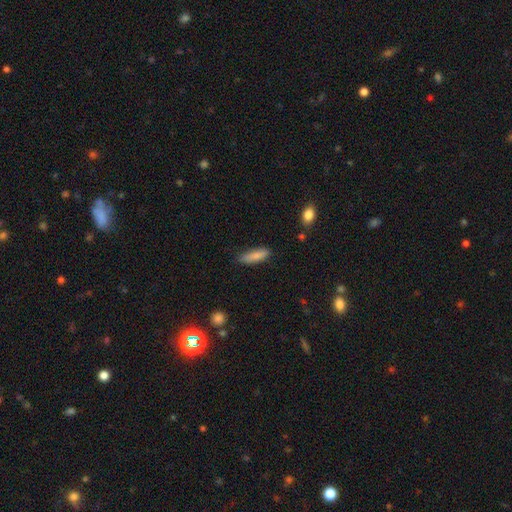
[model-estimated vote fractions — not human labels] smooth 84%, featured or disk 9%, star or artifact 6%. Down the decision tree: how rounded — cigar-shaped (59%); merging — none (83%).